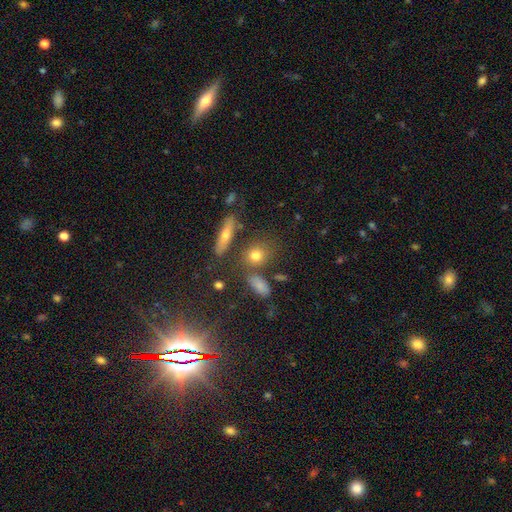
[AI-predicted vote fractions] smooth_or_featured: smooth (p=0.71) [alt: star or artifact p=0.15]
how_rounded: round (p=0.60) [alt: in between p=0.33]
merging: none (p=0.71) [alt: merger p=0.13]